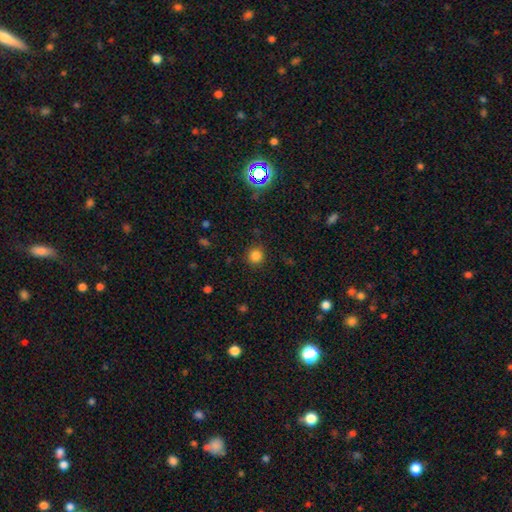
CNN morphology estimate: smooth 82%, star or artifact 14%, featured or disk 4%. Down the decision tree: how rounded — round (93%); merging — none (89%).